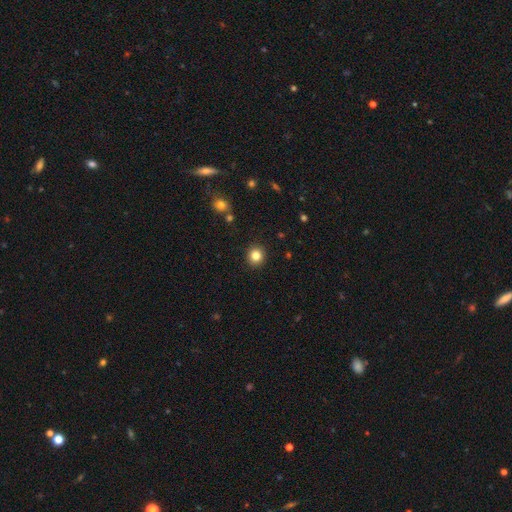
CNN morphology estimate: smooth-or-featured: smooth: 83% | star or artifact: 11% | featured or disk: 6%
  how-rounded: round: 89% | in between: 10% | cigar-shaped: 1%
  merging: none: 92% | minor disturbance: 5% | major disturbance: 2% | merger: 1%